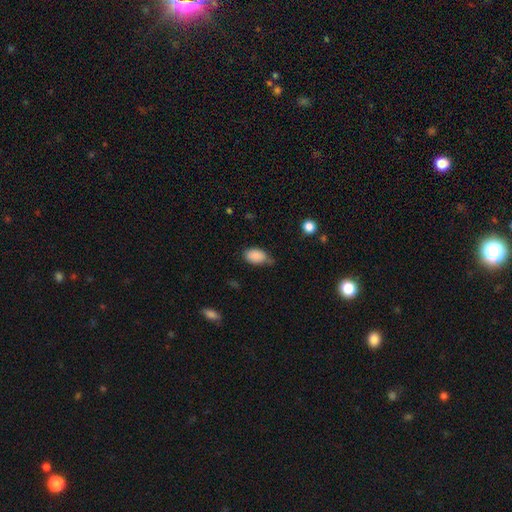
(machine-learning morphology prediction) A smooth galaxy with no disk features (87%) that is in between round and cigar-shaped (89%). Merging: none (50%).